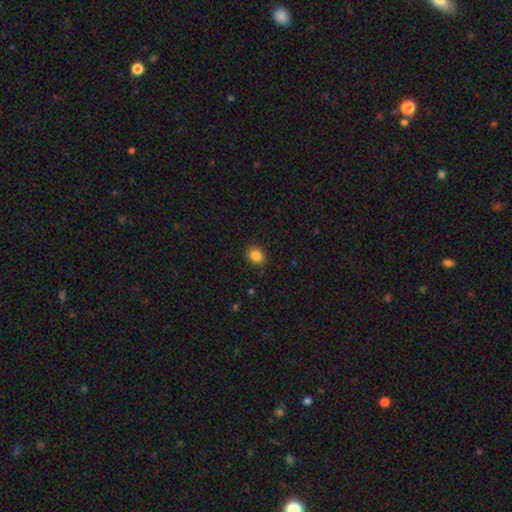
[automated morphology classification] Smooth or featured? Predicted: smooth (p=0.86). How rounded? Predicted: round (p=0.62). Merging? Predicted: none (p=0.88).